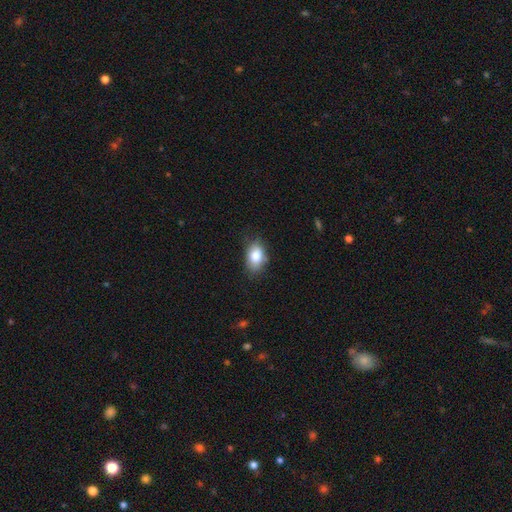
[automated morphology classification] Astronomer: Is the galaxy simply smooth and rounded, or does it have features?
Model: smooth — 83%.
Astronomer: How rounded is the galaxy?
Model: in between — 87%.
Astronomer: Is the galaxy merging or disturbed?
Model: none — 74%.